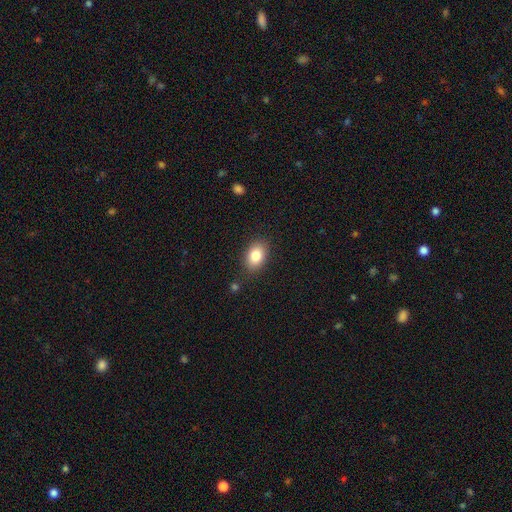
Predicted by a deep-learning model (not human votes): Overall: smooth (83%). How rounded: in between (83%). Merging: none (84%).